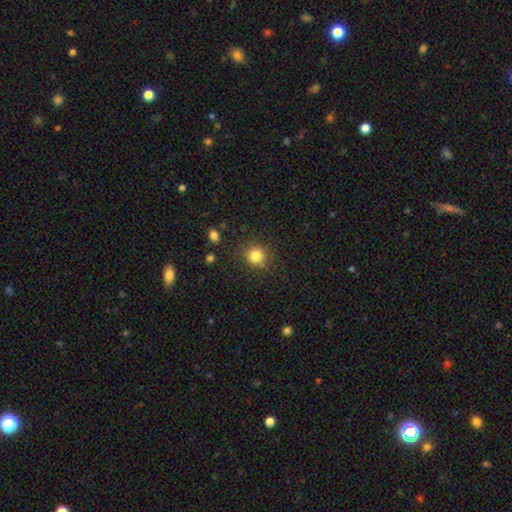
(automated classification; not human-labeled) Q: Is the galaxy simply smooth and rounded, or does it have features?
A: smooth — 82%.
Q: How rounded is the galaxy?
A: round — 90%.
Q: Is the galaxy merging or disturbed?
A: none — 85%.